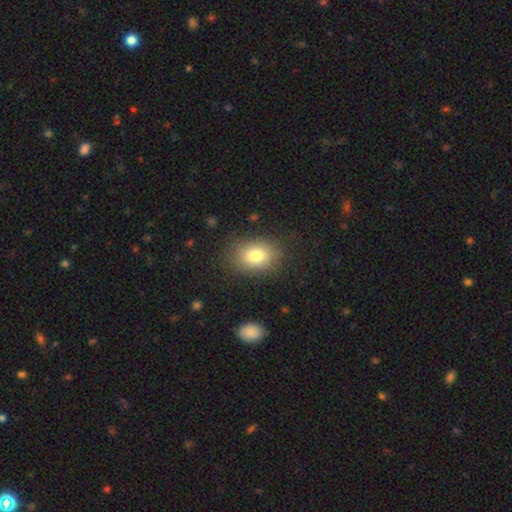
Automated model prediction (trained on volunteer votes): This is likely a smooth galaxy (80%). How rounded: likely in between (74%). Merging: clearly none (83%).